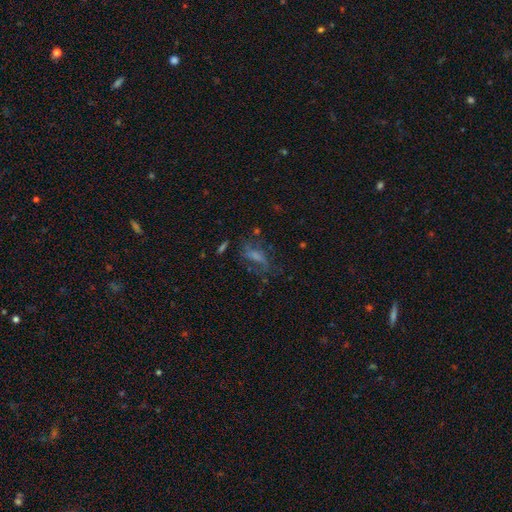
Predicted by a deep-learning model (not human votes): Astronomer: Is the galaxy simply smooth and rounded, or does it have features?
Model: smooth — 41% (runner-up: featured or disk, 40%).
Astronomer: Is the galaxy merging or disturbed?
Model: none — 47% (runner-up: major disturbance, 27%).